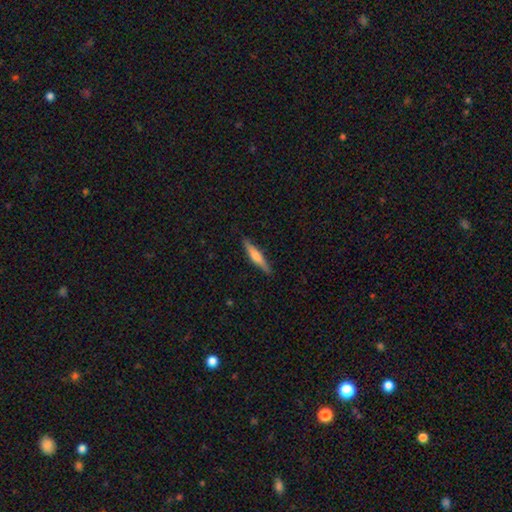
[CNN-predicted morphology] Smooth or featured?
  - featured or disk: 51% *
  - smooth: 43%
  - star or artifact: 6%
Edge-on disk?
  - yes: 97% *
  - no: 3%
Merging?
  - none: 89% *
  - minor disturbance: 8%
  - major disturbance: 2%
  - merger: 1%